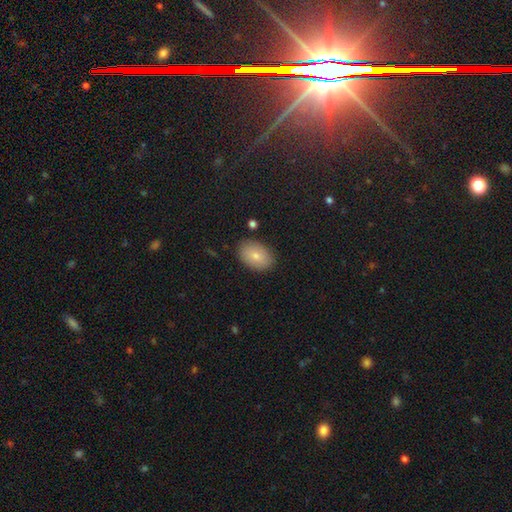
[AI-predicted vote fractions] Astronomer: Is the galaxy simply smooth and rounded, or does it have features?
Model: smooth — 78%.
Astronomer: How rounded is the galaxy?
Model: in between — 87%.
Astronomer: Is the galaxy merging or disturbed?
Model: none — 85%.